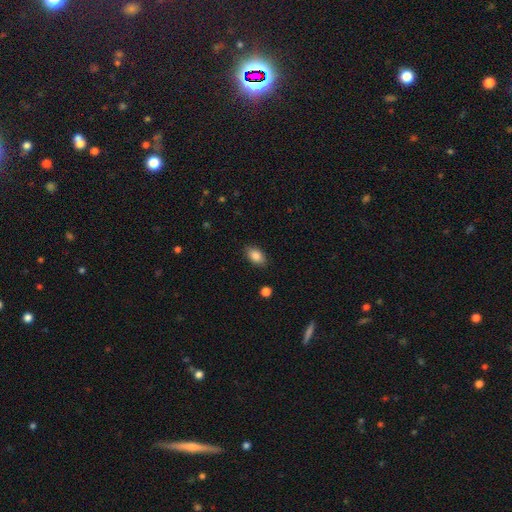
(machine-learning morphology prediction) Smooth or featured? Predicted: smooth (p=0.87). How rounded? Predicted: in between (p=0.90). Merging? Predicted: none (p=0.87).